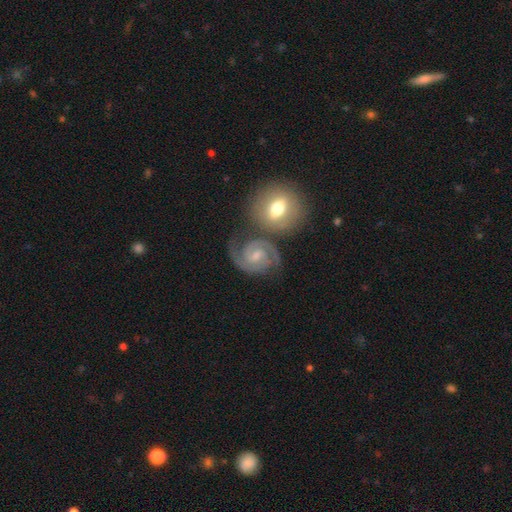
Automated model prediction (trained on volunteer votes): Smooth or featured? Predicted: featured or disk (p=0.88). Edge-on disk? Predicted: no (p=0.98). Bar? Predicted: weak (p=0.50). Spiral arms? Predicted: yes (p=0.98). Spiral winding? Predicted: tight (p=0.48). Spiral arm count? Predicted: 2 (p=0.90). Bulge size? Predicted: small (p=0.50). Merging? Predicted: none (p=0.66).